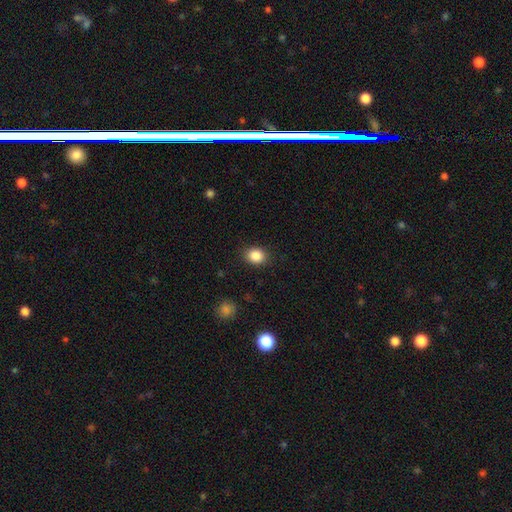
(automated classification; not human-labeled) This appears to be a smooth galaxy with no disk features (86%) that is round (57%). Merging: none (88%).